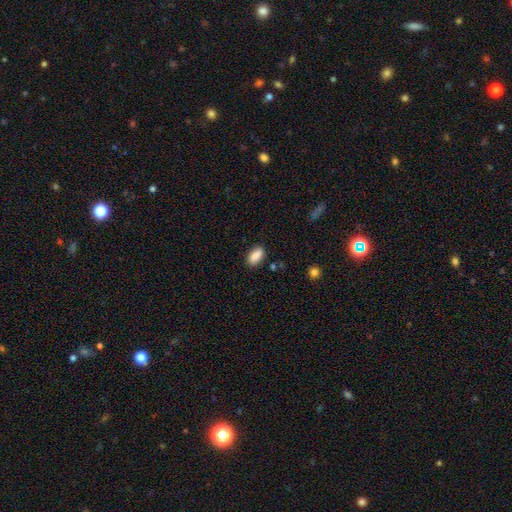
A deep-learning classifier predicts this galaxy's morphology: smooth_or_featured: smooth (p=0.88) [alt: star or artifact p=0.07]
how_rounded: in between (p=0.91) [alt: cigar-shaped p=0.05]
merging: none (p=0.85) [alt: minor disturbance p=0.11]